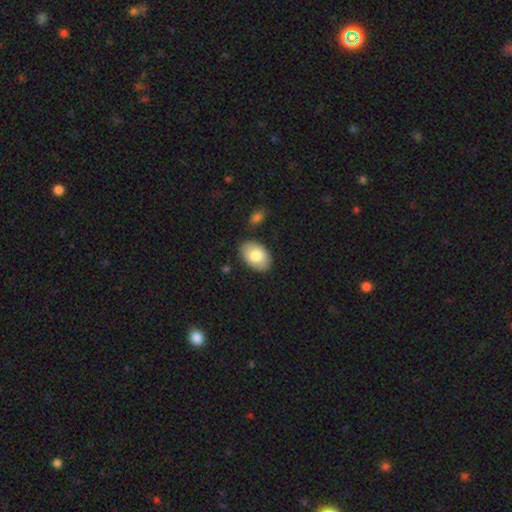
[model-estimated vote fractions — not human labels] A smooth galaxy with no disk features (80%) that is in between round and cigar-shaped (90%).

Vote fractions:
- Smooth or featured? smooth: 80% / featured or disk: 15% / star or artifact: 6%
- How rounded? in between: 90% / round: 9% / cigar-shaped: 1%
- Merging? none: 84% / minor disturbance: 11% / merger: 3% / major disturbance: 2%